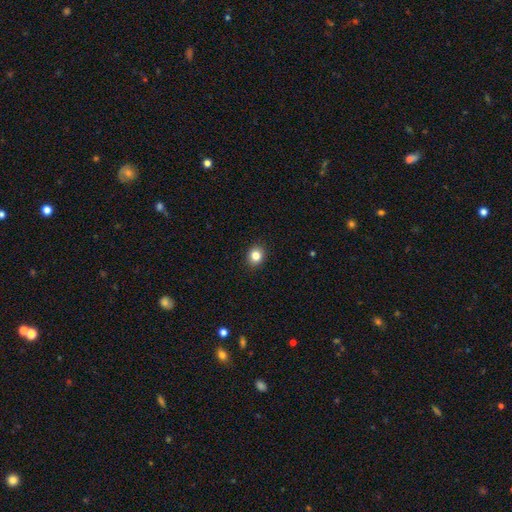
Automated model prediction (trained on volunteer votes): This is clearly a smooth galaxy (83%). How rounded: likely round (71%). Merging: clearly none (91%).